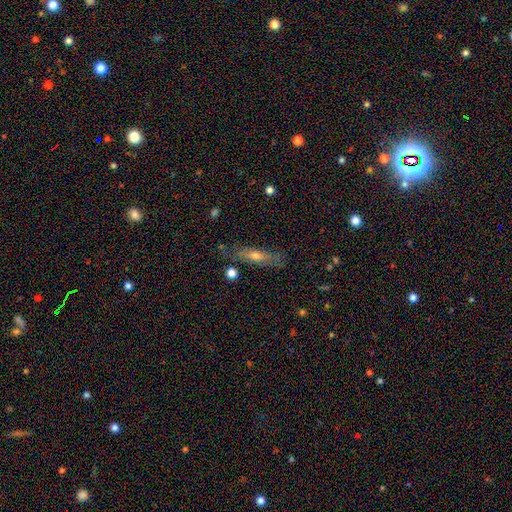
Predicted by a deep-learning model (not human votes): Smooth or featured: smooth — 45% (featured or disk — 44%)
Merging: none — 75% (minor disturbance — 17%)